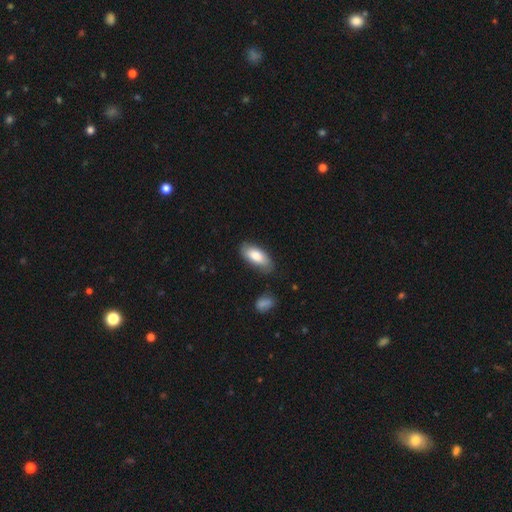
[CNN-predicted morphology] smooth 82%, featured or disk 12%, star or artifact 6%. Down the decision tree: how rounded — in between (87%); merging — none (74%).